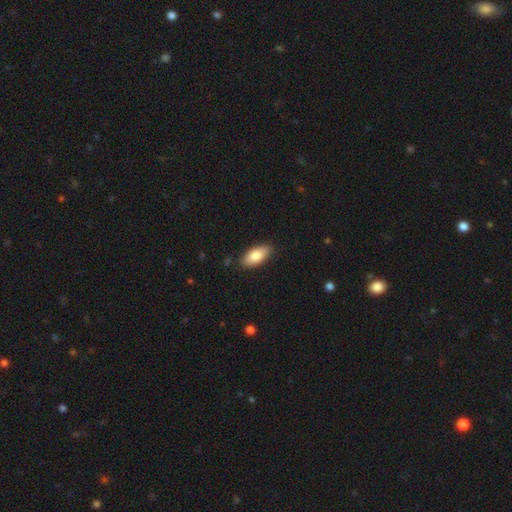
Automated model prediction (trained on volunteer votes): Smooth or featured? Predicted: smooth (p=0.82). How rounded? Predicted: in between (p=0.89). Merging? Predicted: none (p=0.87).